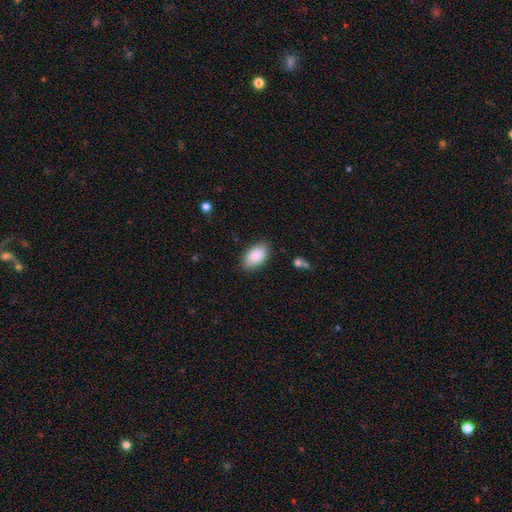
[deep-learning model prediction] smooth-or-featured: smooth: 89% | star or artifact: 6% | featured or disk: 4%
  how-rounded: in between: 93% | round: 6% | cigar-shaped: 1%
  merging: none: 85% | minor disturbance: 11% | major disturbance: 3% | merger: 1%